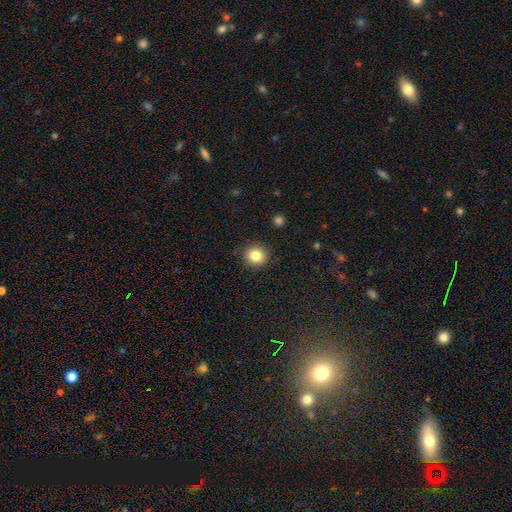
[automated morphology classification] This appears to be a smooth galaxy with no disk features (83%) that is round (89%). Merging: none (90%).